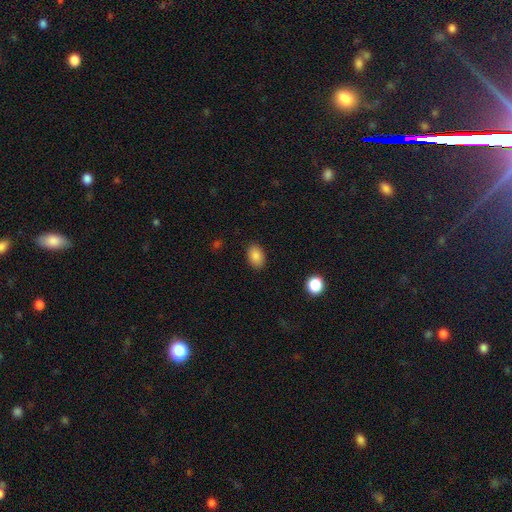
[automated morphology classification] smooth 86%, star or artifact 9%, featured or disk 5%. Down the decision tree: how rounded — in between (83%); merging — none (88%).